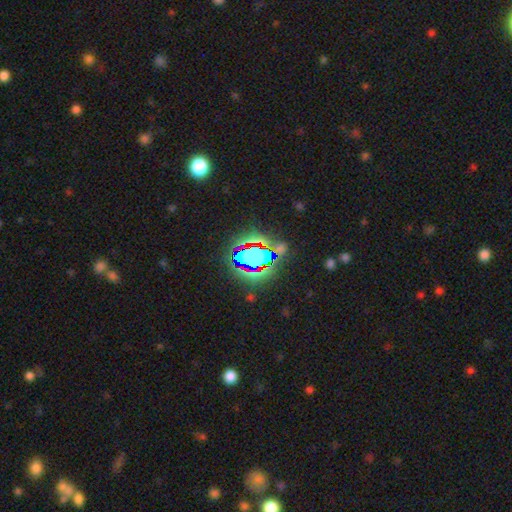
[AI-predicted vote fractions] A star or artifact, not a galaxy (64%).